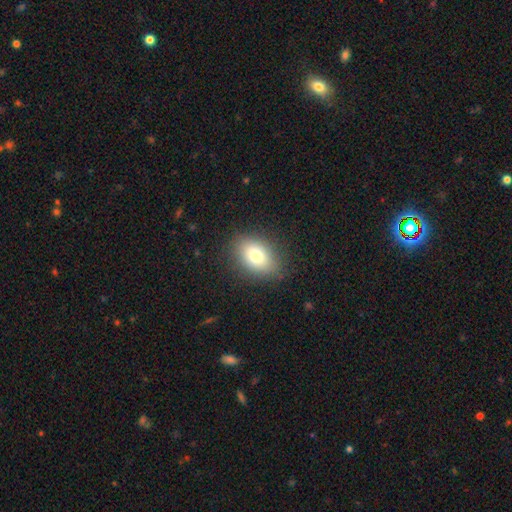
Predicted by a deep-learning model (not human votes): Overall: smooth (77%). How rounded: in between (75%). Merging: none (84%).